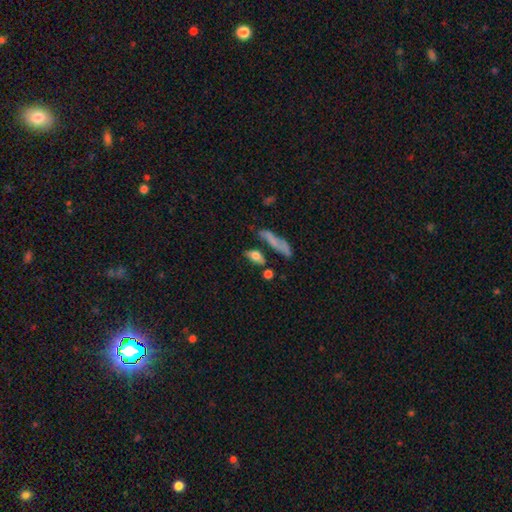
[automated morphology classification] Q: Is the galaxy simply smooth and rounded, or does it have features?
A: smooth — 71%.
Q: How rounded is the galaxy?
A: in between — 64%.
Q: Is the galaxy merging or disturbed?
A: none — 61%.